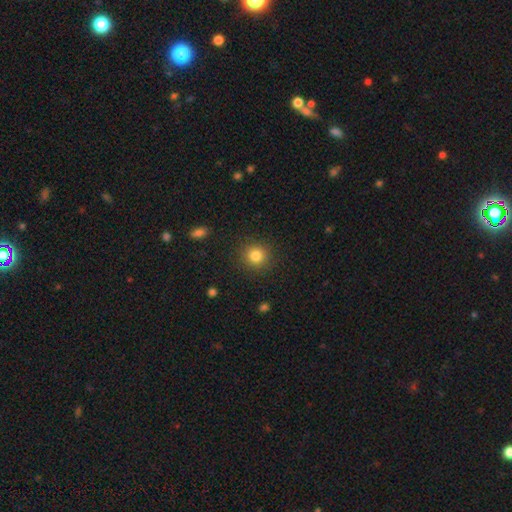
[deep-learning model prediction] The model was most divided on "smooth or featured": smooth: 83%, star or artifact: 11%, featured or disk: 6%. More confident: how rounded — round (91%); merging — none (90%).